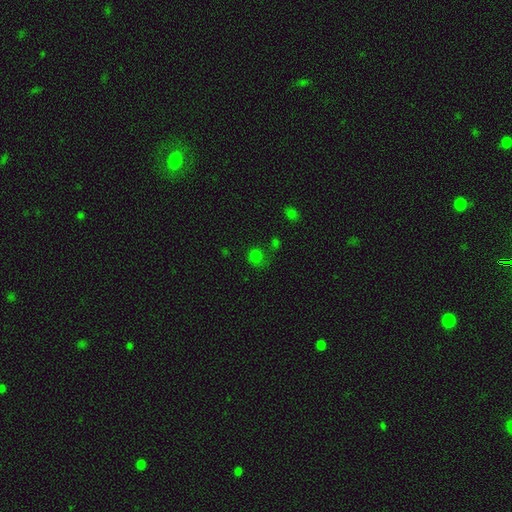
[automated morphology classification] This is likely a smooth galaxy (71%). How rounded: clearly round (83%). Merging: likely none (61%).